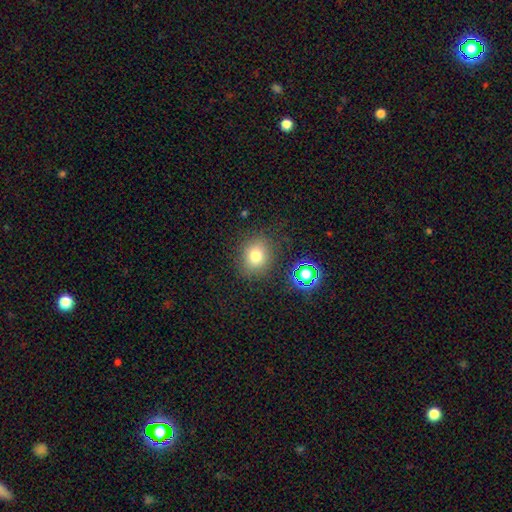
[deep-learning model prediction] smooth 76%, star or artifact 15%, featured or disk 9%. Down the decision tree: how rounded — round (65%); merging — none (82%).